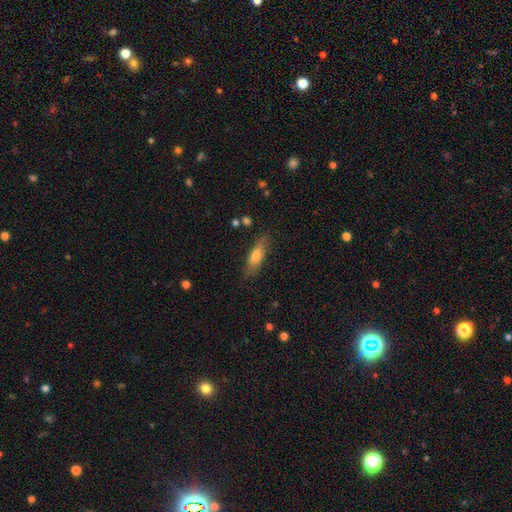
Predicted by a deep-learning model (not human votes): Morphology: type=smooth (68%); roundness=cigar-shaped (49%, tied with in between); merging=none (79%).